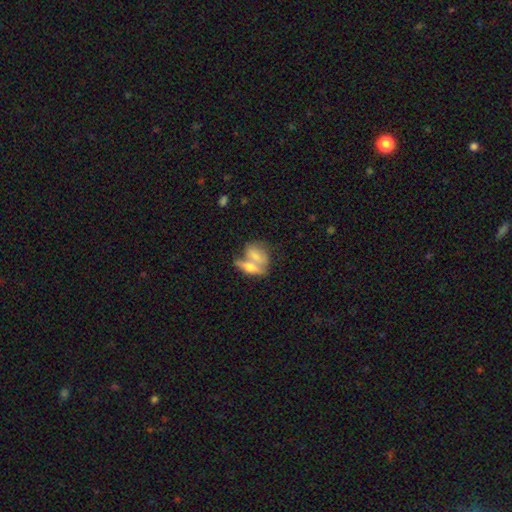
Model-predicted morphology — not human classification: Smooth or featured? Predicted: smooth (p=0.57). How rounded? Predicted: in between (p=0.72). Merging? Predicted: merger (p=0.62).